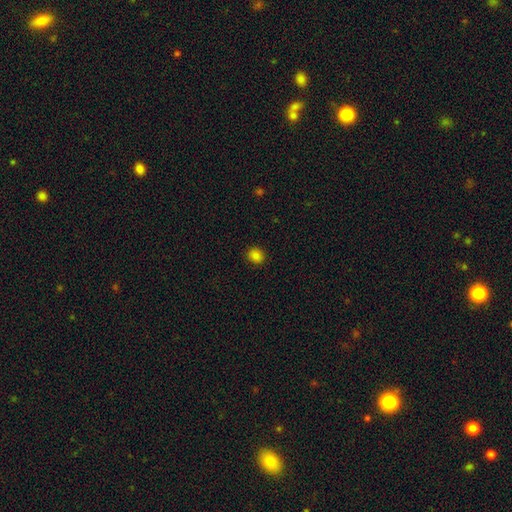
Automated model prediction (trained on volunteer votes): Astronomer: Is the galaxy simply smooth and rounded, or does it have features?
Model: smooth — 82%.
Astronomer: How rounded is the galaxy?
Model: round — 74%.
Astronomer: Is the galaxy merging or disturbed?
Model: none — 91%.